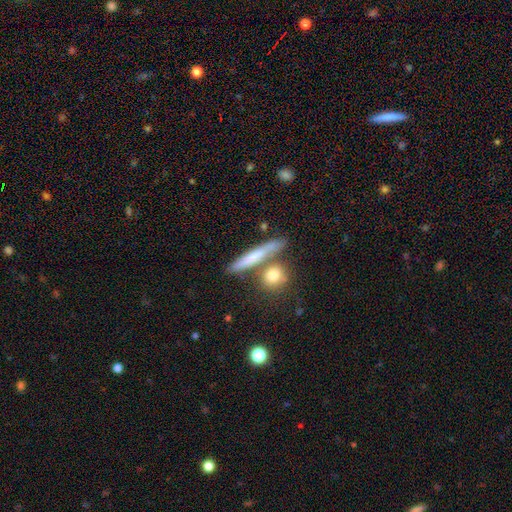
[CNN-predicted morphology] A smooth galaxy with no disk features (62%) that is cigar-shaped (80%).

Vote fractions:
- Smooth or featured? smooth: 62% / featured or disk: 29% / star or artifact: 8%
- How rounded? cigar-shaped: 80% / in between: 11% / round: 10%
- Merging? none: 69% / merger: 15% / minor disturbance: 12% / major disturbance: 4%